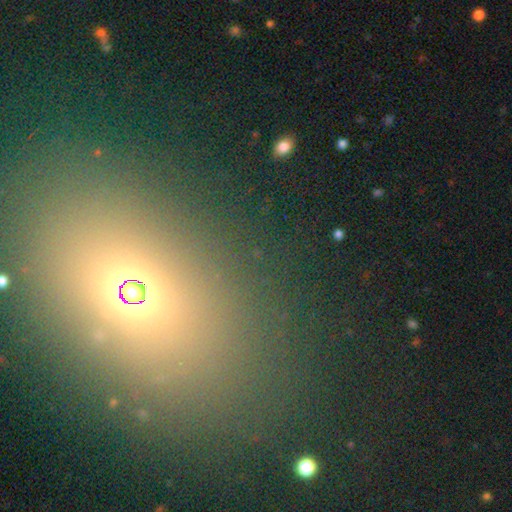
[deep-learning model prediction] Smooth or featured? Predicted: smooth (p=0.50). Merging? Predicted: none (p=0.81).